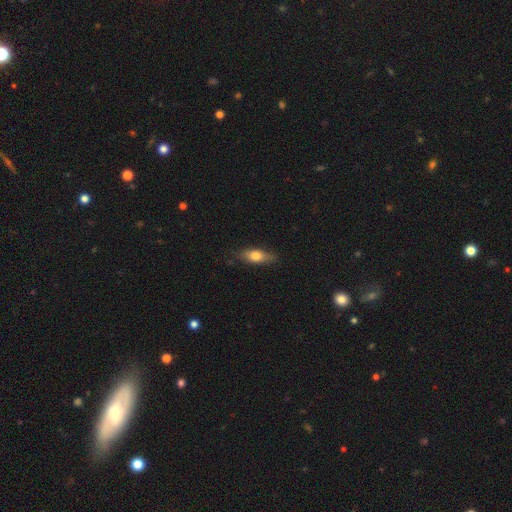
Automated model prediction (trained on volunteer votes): Q: Smooth or featured?
A: smooth (68%); runner-up: featured or disk (25%)
Q: How rounded?
A: in between (63%); runner-up: cigar-shaped (33%)
Q: Merging?
A: none (80%); runner-up: minor disturbance (16%)